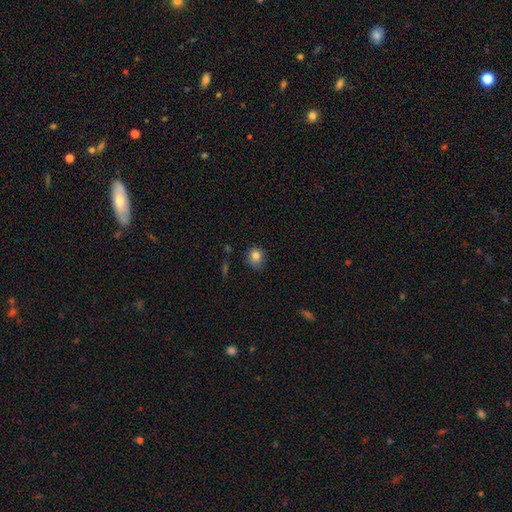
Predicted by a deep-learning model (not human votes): Q: Smooth or featured?
A: smooth (82%); runner-up: star or artifact (10%)
Q: How rounded?
A: round (74%); runner-up: in between (25%)
Q: Merging?
A: none (73%); runner-up: minor disturbance (22%)